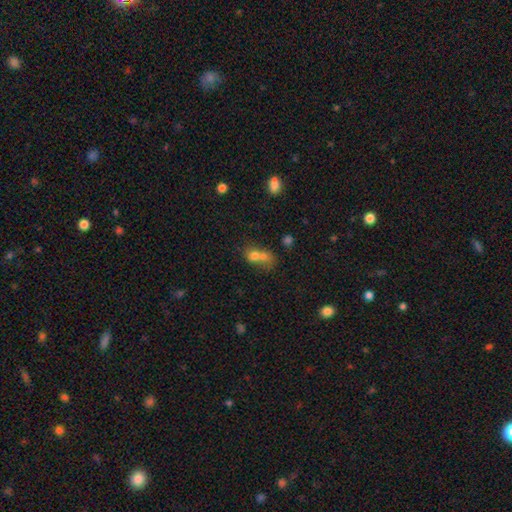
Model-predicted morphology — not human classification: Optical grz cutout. It shows a smooth galaxy with no disk features (68%) that is round (57%). Merging: merger (68%).